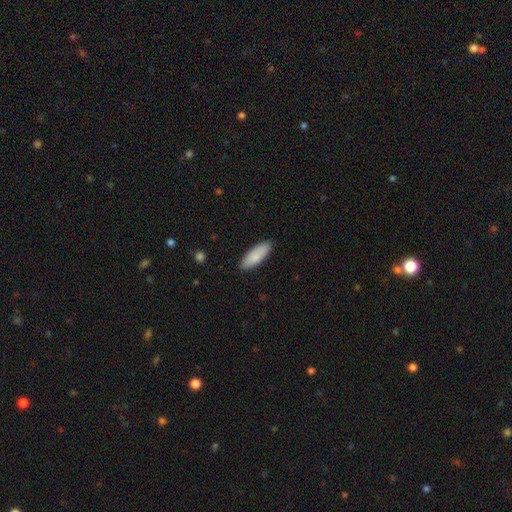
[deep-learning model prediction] The model was most divided on "how rounded": in between: 67%, cigar-shaped: 32%, round: 2%. More confident: merging — none (89%); smooth or featured — smooth (86%).